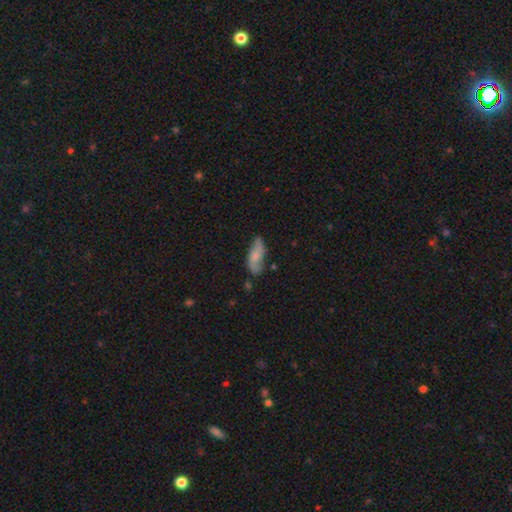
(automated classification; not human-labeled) smooth 50%, featured or disk 44%, star or artifact 7%. Down the decision tree: merging — none (69%).